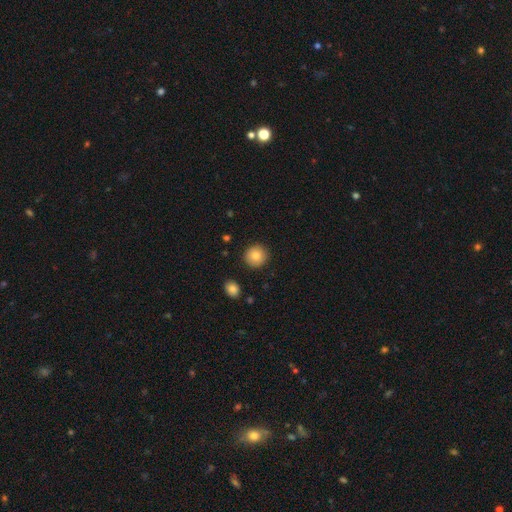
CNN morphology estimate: smooth_or_featured: smooth (p=0.83) [alt: star or artifact p=0.09]
how_rounded: round (p=0.92) [alt: in between p=0.07]
merging: none (p=0.90) [alt: minor disturbance p=0.06]